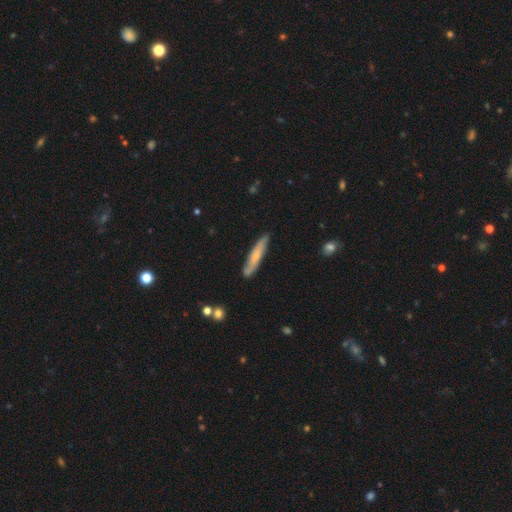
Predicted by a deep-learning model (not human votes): Smooth or featured? Predicted: smooth (p=0.58). How rounded? Predicted: cigar-shaped (p=0.91). Merging? Predicted: none (p=0.82).